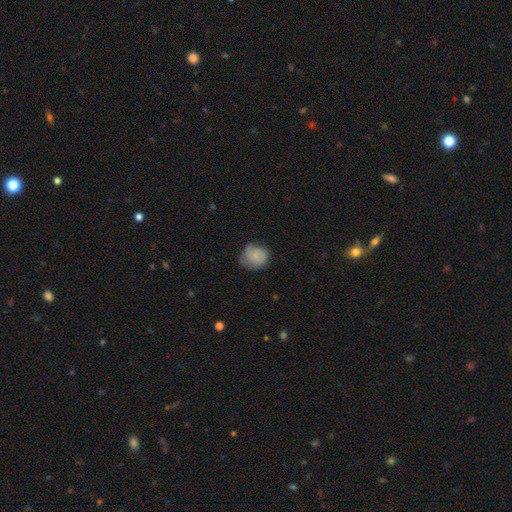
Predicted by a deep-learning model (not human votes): Morphology: type=smooth (69%); roundness=round (78%); merging=none (56%).